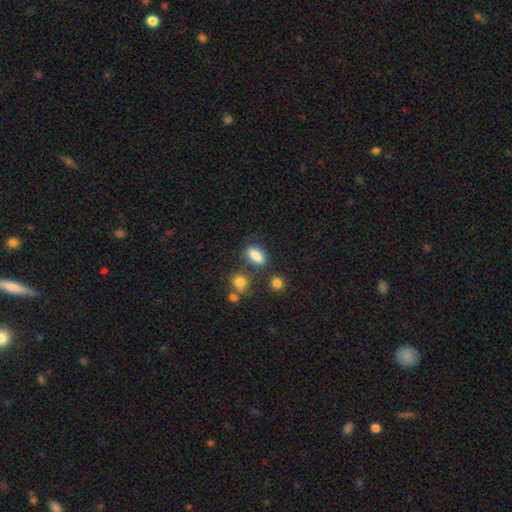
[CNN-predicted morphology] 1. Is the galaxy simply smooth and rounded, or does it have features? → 84% smooth, 9% star or artifact, 6% featured or disk.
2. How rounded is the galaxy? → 82% in between, 10% round, 8% cigar-shaped.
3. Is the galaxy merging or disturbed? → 70% none, 15% minor disturbance, 9% merger, 5% major disturbance.